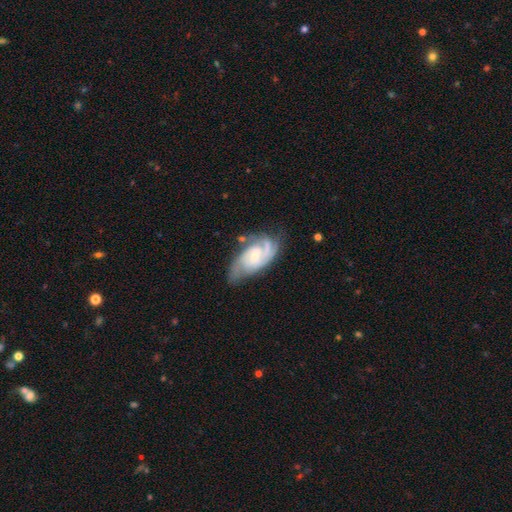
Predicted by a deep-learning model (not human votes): Smooth or featured? Predicted: featured or disk (p=0.86). Edge-on disk? Predicted: no (p=0.96). Bar? Predicted: weak (p=0.45, tied with no). Spiral arms? Predicted: yes (p=0.97). Spiral winding? Predicted: tight (p=0.53). Spiral arm count? Predicted: 2 (p=0.50). Bulge size? Predicted: small (p=0.54). Merging? Predicted: none (p=0.62).